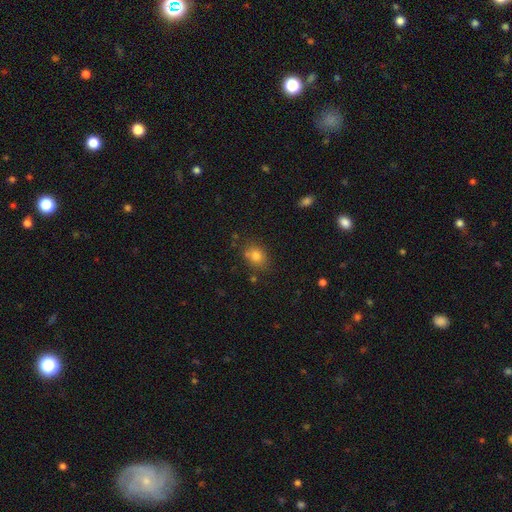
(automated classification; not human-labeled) Overall: smooth (79%). How rounded: in between (50%; round 48%). Merging: none (71%).